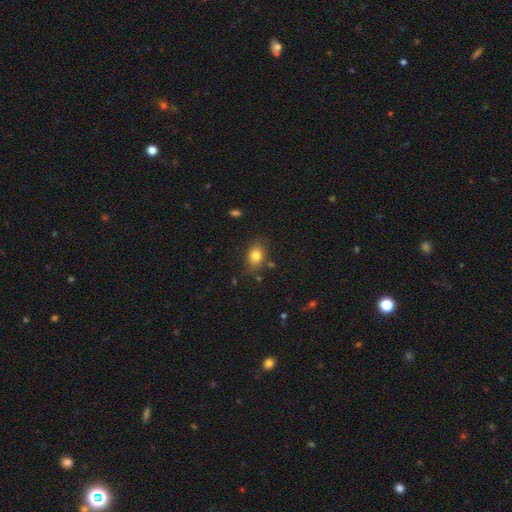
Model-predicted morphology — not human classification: Smooth or featured? smooth (81%)
How rounded? in between (68%)
Merging? none (79%)